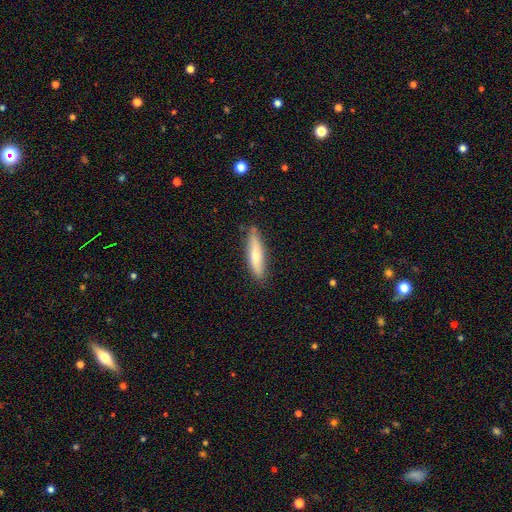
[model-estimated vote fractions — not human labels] Overall: smooth (66%; featured or disk 28%). How rounded: cigar-shaped (79%). Merging: none (80%).